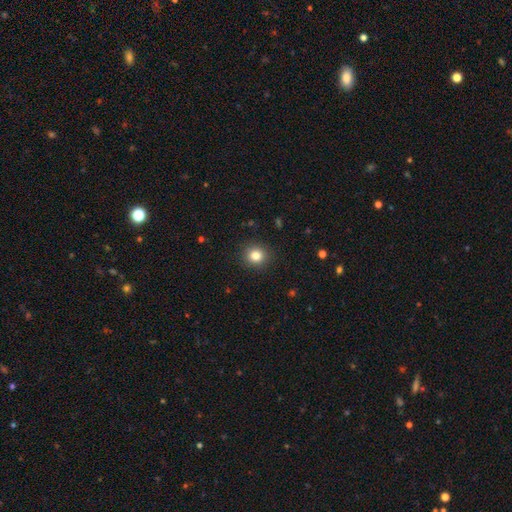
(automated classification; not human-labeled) The model was most divided on "smooth or featured": smooth: 83%, star or artifact: 11%, featured or disk: 6%. More confident: merging — none (91%); how rounded — round (88%).